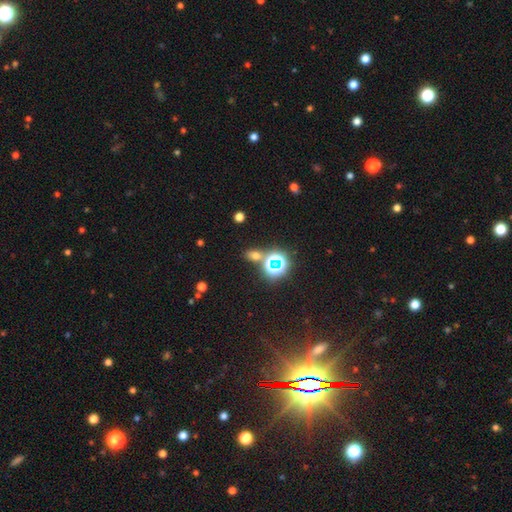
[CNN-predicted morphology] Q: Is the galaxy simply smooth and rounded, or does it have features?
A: smooth — 51%.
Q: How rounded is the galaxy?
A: in between — 61%.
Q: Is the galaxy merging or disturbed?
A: none — 73%.